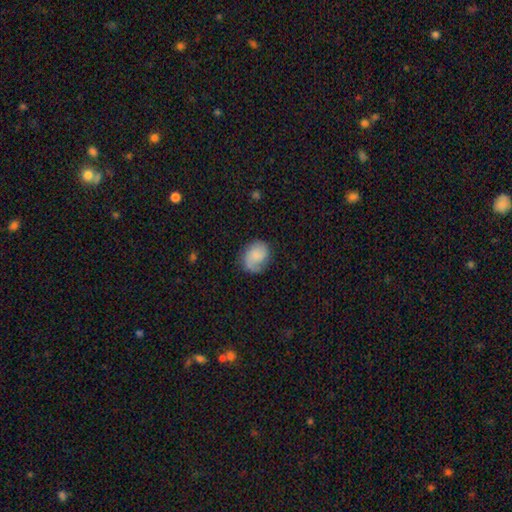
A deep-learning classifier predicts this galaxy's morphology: Smooth or featured: smooth — 59% (featured or disk — 33%)
How rounded: round — 51% (in between — 48%)
Merging: none — 59% (minor disturbance — 26%)